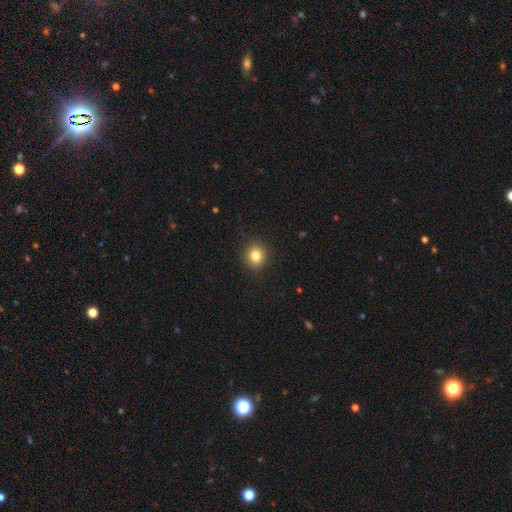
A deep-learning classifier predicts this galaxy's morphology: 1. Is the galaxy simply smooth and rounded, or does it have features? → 82% smooth, 11% star or artifact, 6% featured or disk.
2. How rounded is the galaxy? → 88% round, 11% in between, 1% cigar-shaped.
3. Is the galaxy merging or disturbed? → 91% none, 6% minor disturbance, 2% major disturbance, 1% merger.